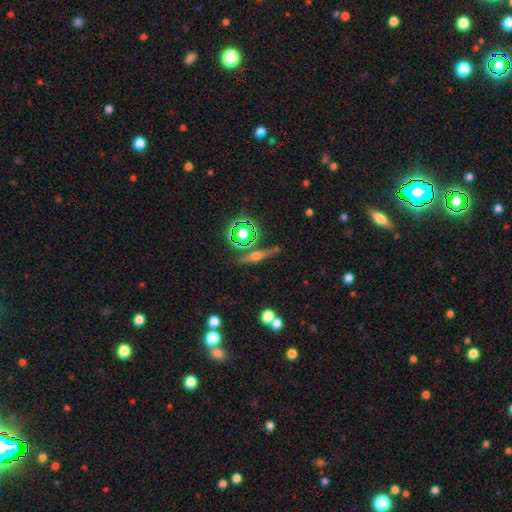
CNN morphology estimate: This appears to be a featured or disk galaxy (50%). Merging: none (78%).